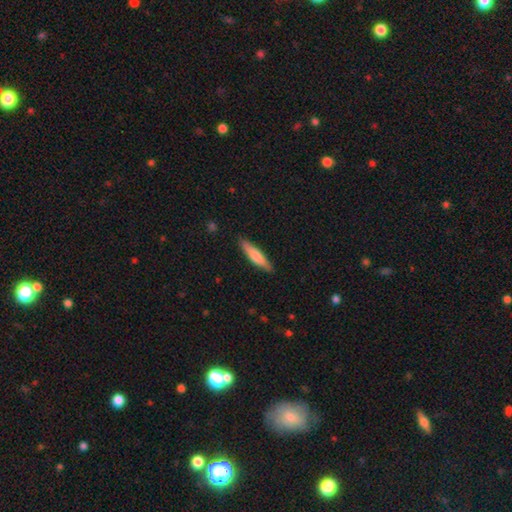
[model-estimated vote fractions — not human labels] smooth 70%, featured or disk 25%, star or artifact 5%. Down the decision tree: how rounded — cigar-shaped (84%); merging — none (89%).